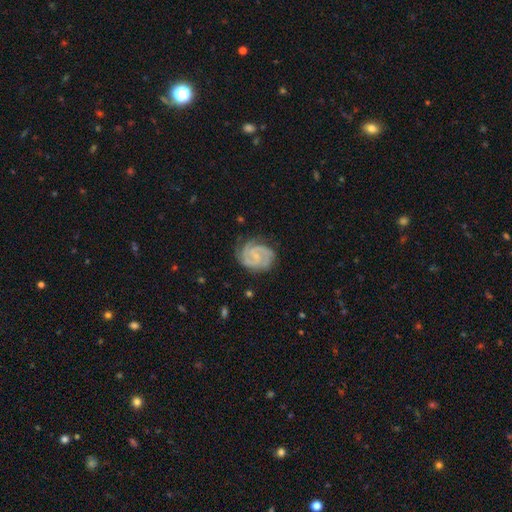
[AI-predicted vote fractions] The model was most divided on "bar": no: 50%, weak: 40%, strong: 10%. Remaining: spiral arms — yes (98%); edge-on disk — no (98%); smooth or featured — featured or disk (90%); merging — none (77%); bulge size — small (68%); spiral winding — tight (63%); spiral arm count — 2 (48%).